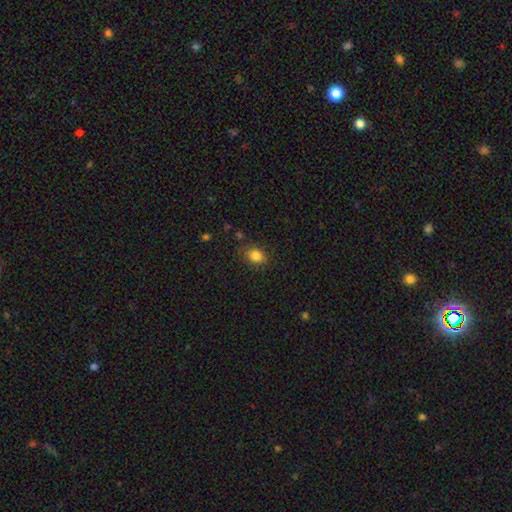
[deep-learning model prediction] smooth 84%, star or artifact 11%, featured or disk 6%. Down the decision tree: how rounded — in between (57%); merging — none (81%).